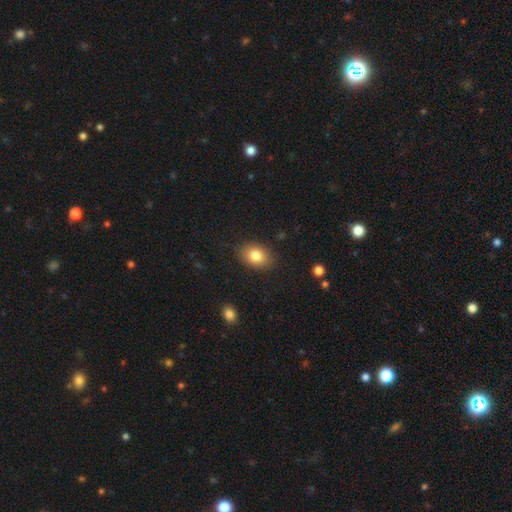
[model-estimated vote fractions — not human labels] Morphology: type=smooth (83%); roundness=in between (77%); merging=none (85%).